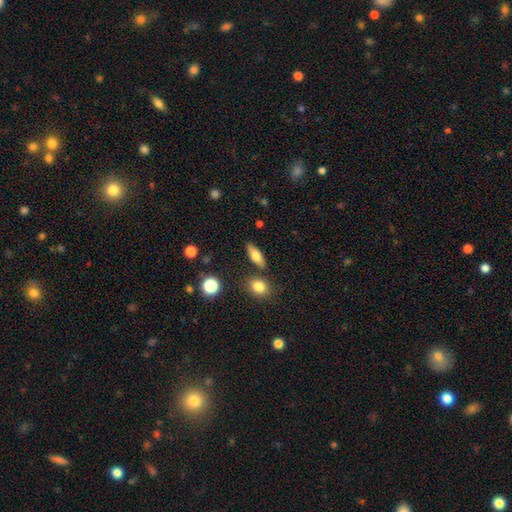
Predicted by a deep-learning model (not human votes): smooth 67%, featured or disk 25%, star or artifact 8%. Down the decision tree: how rounded — in between (64%); merging — none (80%).